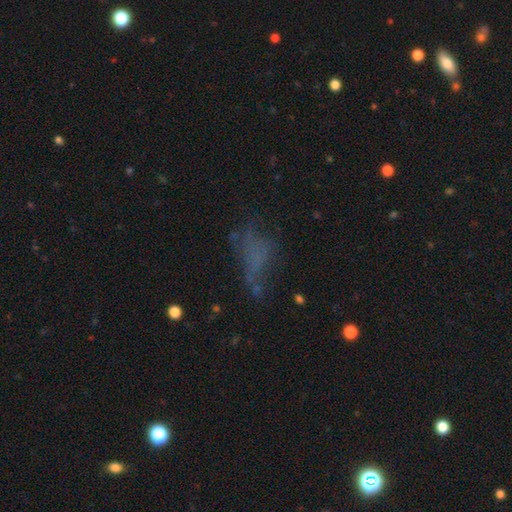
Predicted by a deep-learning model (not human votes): Q: Smooth or featured?
A: smooth (43%); runner-up: featured or disk (31%)
Q: Merging?
A: none (38%); runner-up: major disturbance (35%)